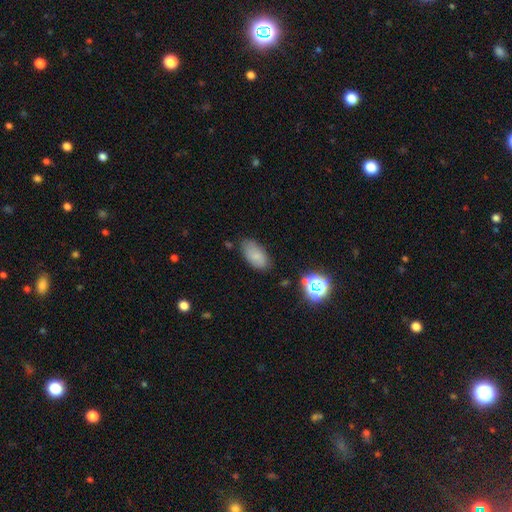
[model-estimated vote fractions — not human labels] This appears to be a smooth galaxy with no disk features (77%) that is in between round and cigar-shaped (94%). Merging: none (75%).